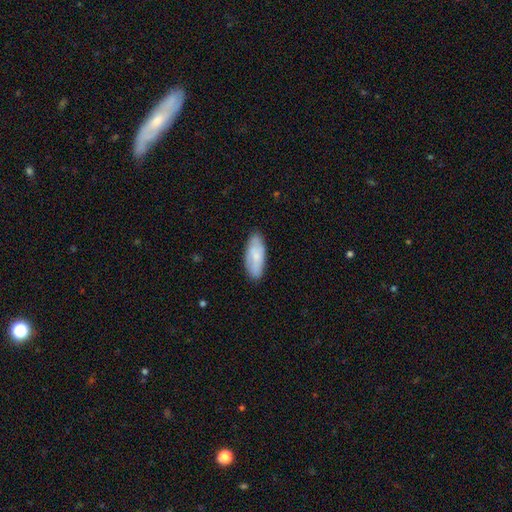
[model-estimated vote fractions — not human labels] Smooth or featured? smooth (67%)
How rounded? in between (76%)
Merging? none (83%)